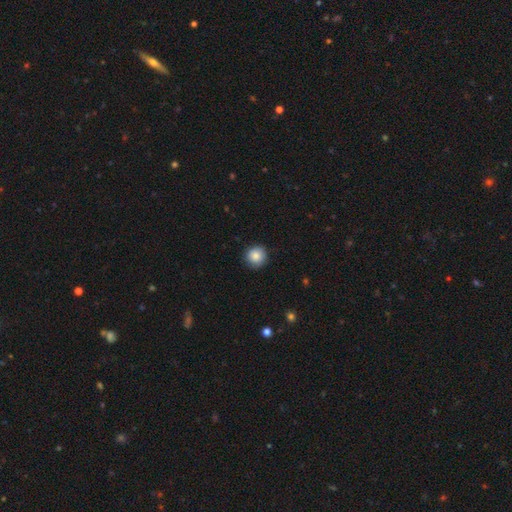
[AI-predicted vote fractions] Overall: smooth (86%). How rounded: round (94%). Merging: none (89%).